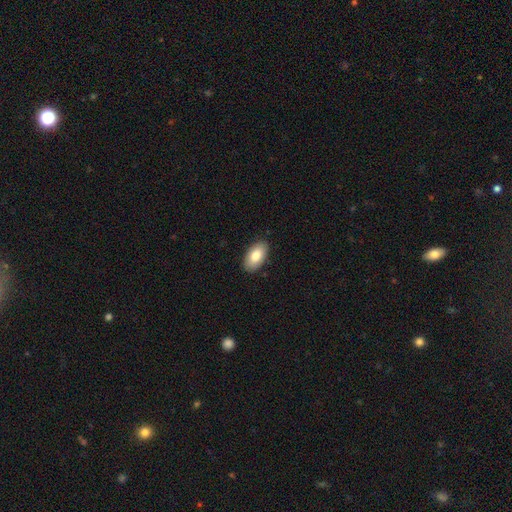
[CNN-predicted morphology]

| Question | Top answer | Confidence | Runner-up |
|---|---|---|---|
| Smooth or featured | smooth | 81% | featured or disk (13%) |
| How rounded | in between | 95% | round (3%) |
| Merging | none | 88% | minor disturbance (9%) |